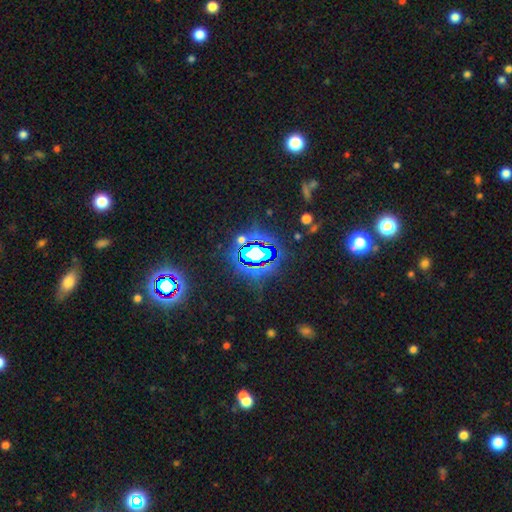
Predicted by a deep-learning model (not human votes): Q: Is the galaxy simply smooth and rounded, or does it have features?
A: star or artifact — 74%.